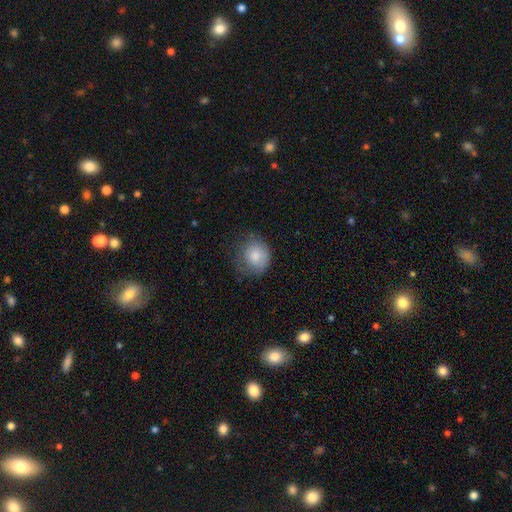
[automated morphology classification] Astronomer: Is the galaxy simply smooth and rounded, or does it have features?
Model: smooth — 81%.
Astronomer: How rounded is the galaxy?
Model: round — 76%.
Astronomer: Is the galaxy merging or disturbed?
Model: none — 57%.